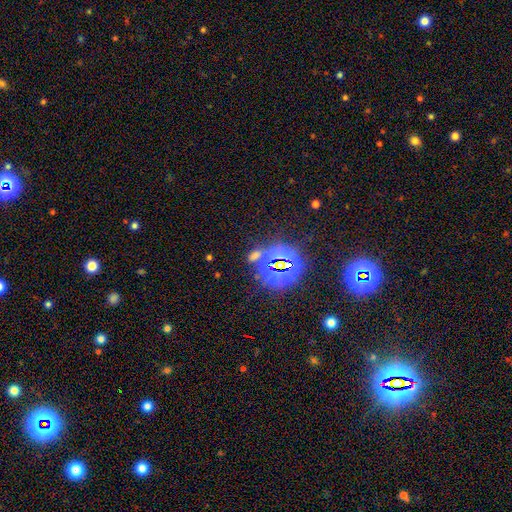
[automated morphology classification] smooth_or_featured: star or artifact (p=0.63) [alt: smooth p=0.29]